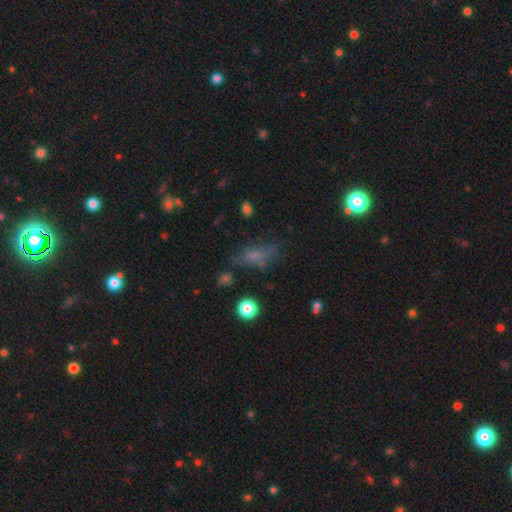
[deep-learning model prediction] This appears to be a smooth galaxy with no disk features (56%) that is in between round and cigar-shaped (67%). Merging: none (55%).